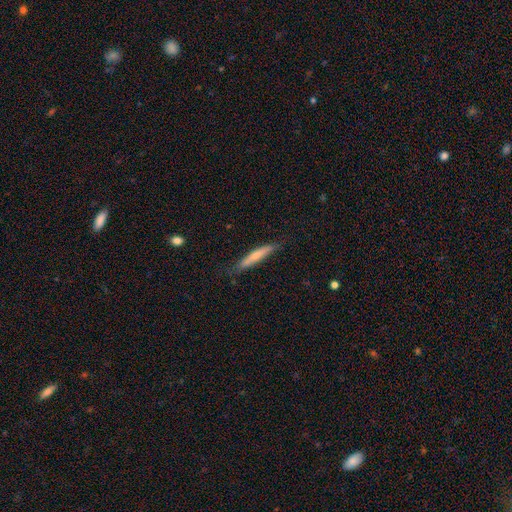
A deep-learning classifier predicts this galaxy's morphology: Smooth or featured? smooth (61%)
How rounded? cigar-shaped (93%)
Merging? none (79%)